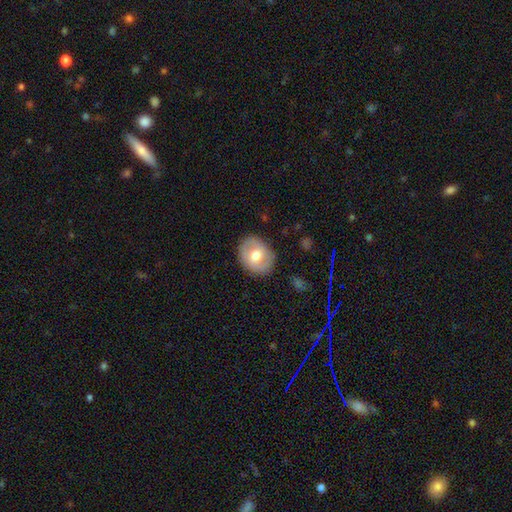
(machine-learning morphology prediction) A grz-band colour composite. It shows a smooth galaxy with no disk features (59%) that is in between round and cigar-shaped (52%). Merging: none (84%).